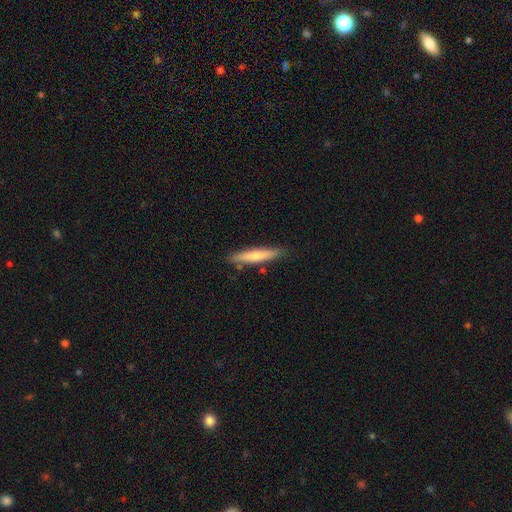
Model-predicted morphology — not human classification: Smooth or featured: smooth — 65% (featured or disk — 29%)
How rounded: cigar-shaped — 91% (in between — 8%)
Merging: none — 85% (minor disturbance — 10%)